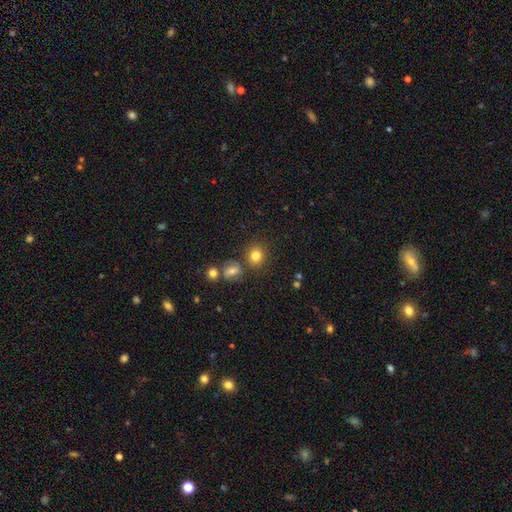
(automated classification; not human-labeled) This appears to be a smooth galaxy with no disk features (80%) that is round (82%). Merging: none (77%).